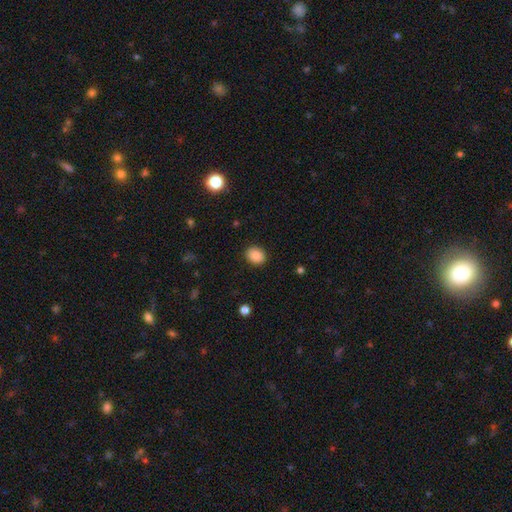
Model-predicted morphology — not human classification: Overall: smooth (88%). How rounded: round (57%; in between 42%). Merging: none (89%).